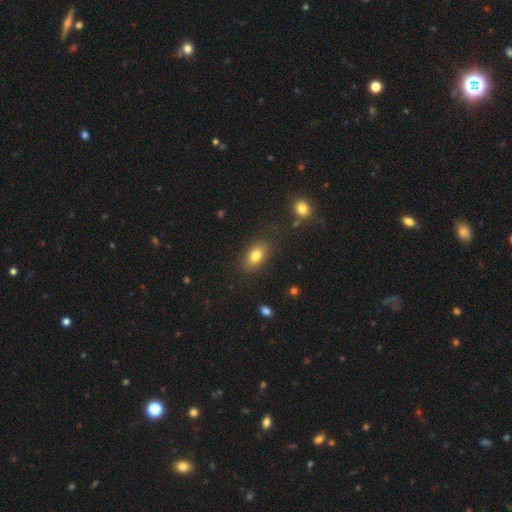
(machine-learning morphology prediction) Smooth or featured?
  - smooth: 79% *
  - featured or disk: 11%
  - star or artifact: 9%
How rounded?
  - in between: 85% *
  - round: 12%
  - cigar-shaped: 3%
Merging?
  - none: 82% *
  - minor disturbance: 12%
  - major disturbance: 4%
  - merger: 2%